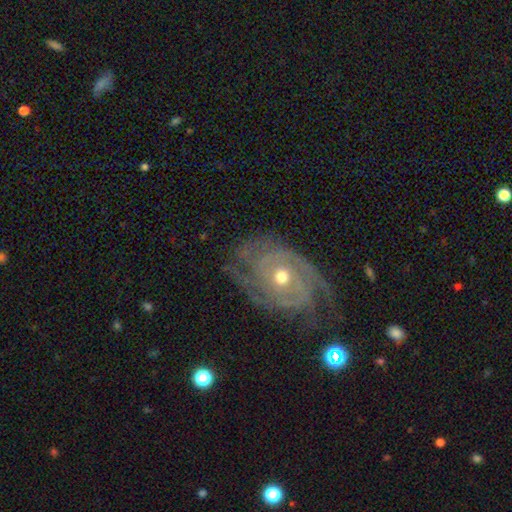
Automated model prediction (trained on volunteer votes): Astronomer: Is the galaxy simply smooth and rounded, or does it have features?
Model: featured or disk — 88%.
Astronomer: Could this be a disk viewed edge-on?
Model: no — 96%.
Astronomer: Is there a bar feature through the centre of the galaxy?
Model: no — 76%.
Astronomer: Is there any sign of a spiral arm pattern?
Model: yes — 97%.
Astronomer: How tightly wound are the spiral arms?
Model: tight — 73%.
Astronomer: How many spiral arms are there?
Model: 2 — 28% (runner-up: 3, 26%).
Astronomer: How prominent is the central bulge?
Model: moderate — 56% (runner-up: small, 41%).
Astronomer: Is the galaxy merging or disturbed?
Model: none — 75%.